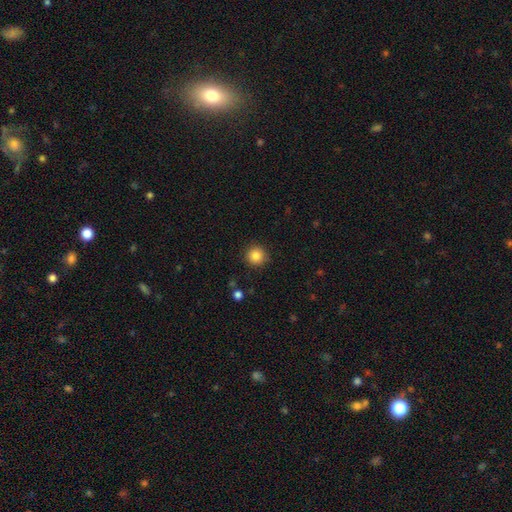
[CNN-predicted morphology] Smooth or featured: smooth — 85% (star or artifact — 10%)
How rounded: round — 95% (in between — 4%)
Merging: none — 90% (minor disturbance — 7%)